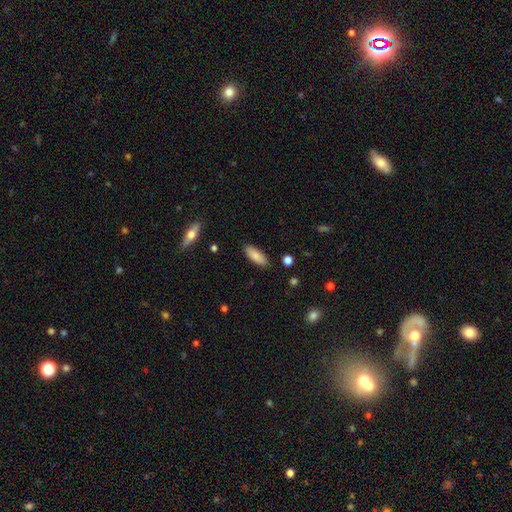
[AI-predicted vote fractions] smooth-or-featured: smooth: 84% | featured or disk: 9% | star or artifact: 6%
  how-rounded: in between: 66% | cigar-shaped: 32% | round: 2%
  merging: none: 88% | minor disturbance: 9% | major disturbance: 2% | merger: 1%